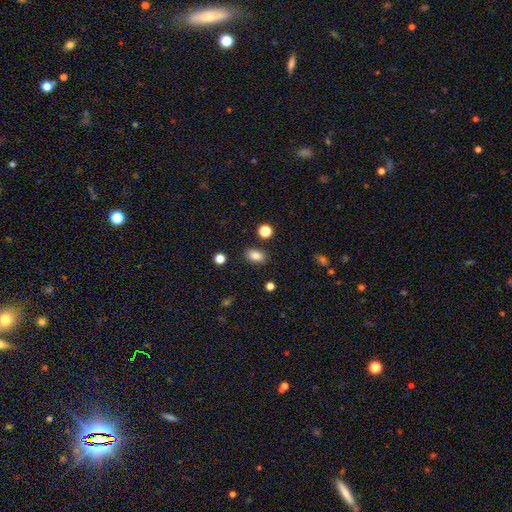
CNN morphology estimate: Smooth or featured? smooth (83%)
How rounded? in between (83%)
Merging? none (86%)